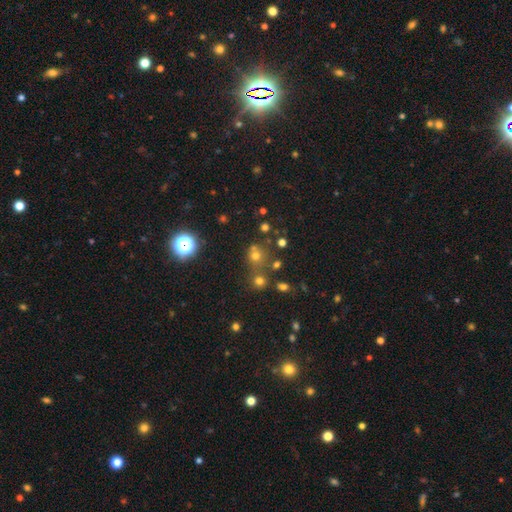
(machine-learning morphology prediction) A smooth galaxy with no disk features (53%) that is round (87%).

Vote fractions:
- Smooth or featured? smooth: 53% / star or artifact: 38% / featured or disk: 9%
- How rounded? round: 87% / in between: 12% / cigar-shaped: 1%
- Merging? none: 65% / merger: 21% / minor disturbance: 9% / major disturbance: 4%